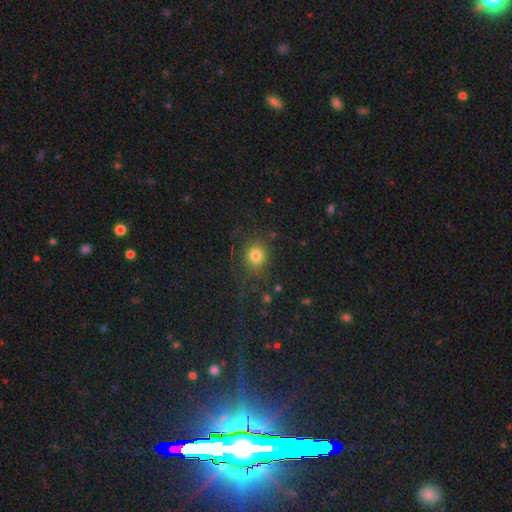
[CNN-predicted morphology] smooth-or-featured: smooth: 78% | star or artifact: 14% | featured or disk: 8%
  how-rounded: round: 78% | in between: 21% | cigar-shaped: 1%
  merging: none: 75% | minor disturbance: 14% | major disturbance: 9% | merger: 3%